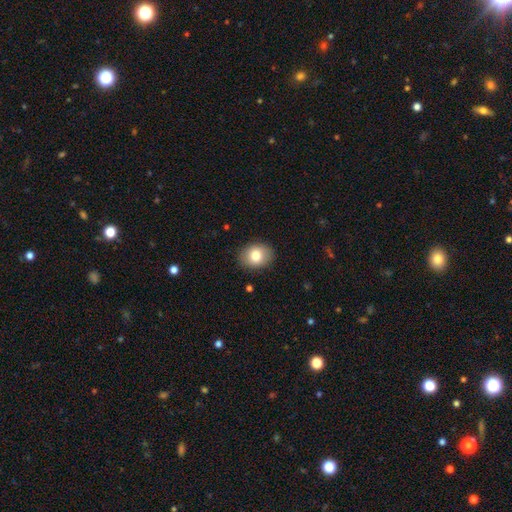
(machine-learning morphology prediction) smooth 80%, featured or disk 12%, star or artifact 8%. Down the decision tree: how rounded — in between (58%); merging — none (88%).